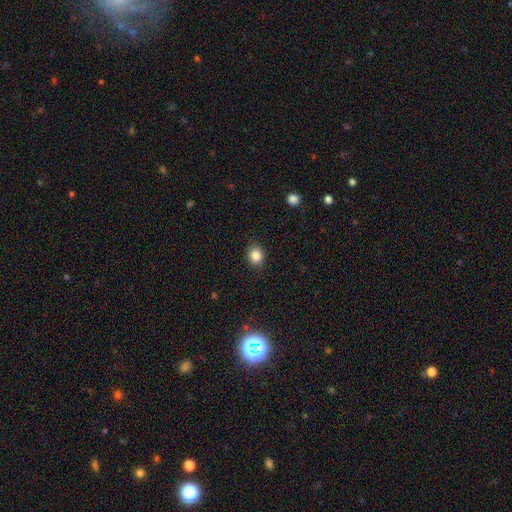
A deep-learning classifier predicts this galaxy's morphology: type=smooth (84%); roundness=round (65%); merging=none (89%).